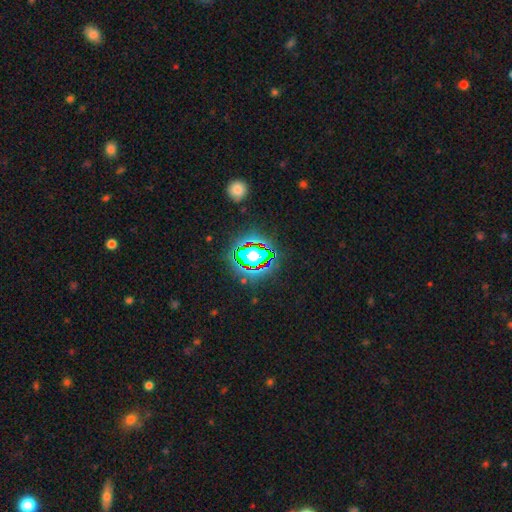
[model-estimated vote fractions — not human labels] Smooth or featured: star or artifact — 63% (smooth — 24%)